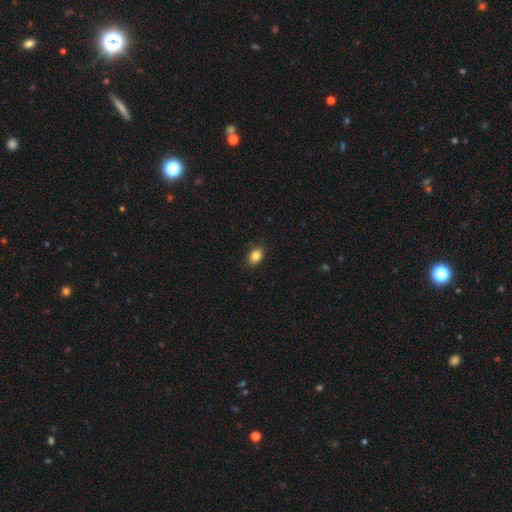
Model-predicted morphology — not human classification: Smooth or featured? smooth (85%)
How rounded? in between (78%)
Merging? none (88%)